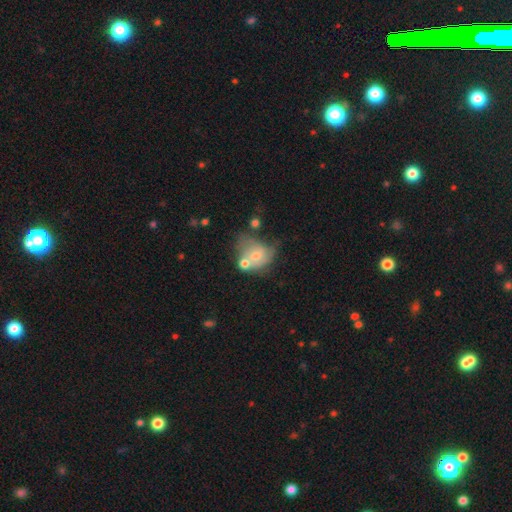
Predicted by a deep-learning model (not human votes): Overall: smooth (47%; featured or disk 44%). Merging: merger (36%; none 24%).